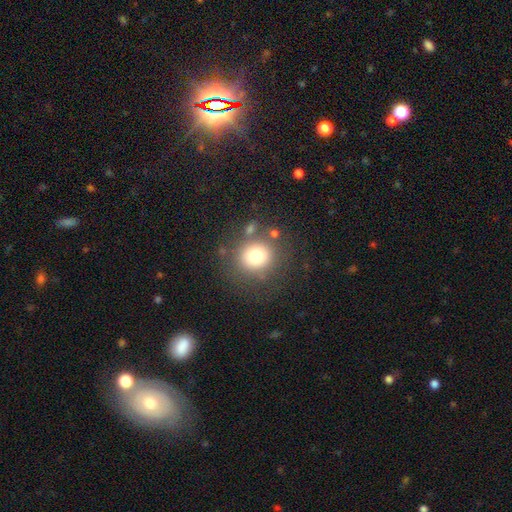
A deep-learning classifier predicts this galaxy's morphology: smooth-or-featured: smooth: 76% | star or artifact: 13% | featured or disk: 11%
  how-rounded: round: 88% | in between: 11% | cigar-shaped: 1%
  merging: none: 76% | minor disturbance: 11% | major disturbance: 6% | merger: 6%